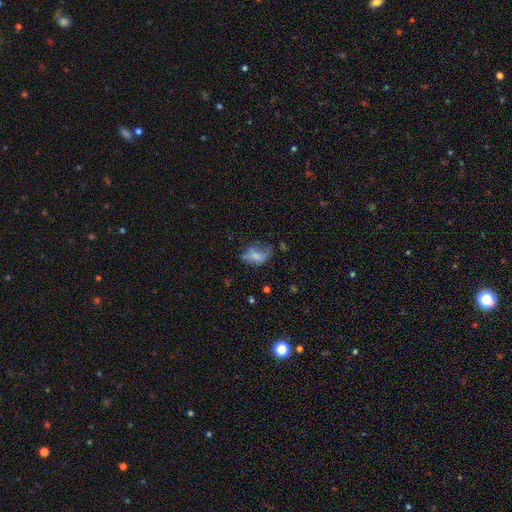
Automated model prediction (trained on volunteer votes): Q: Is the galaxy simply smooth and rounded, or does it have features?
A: smooth — 67%.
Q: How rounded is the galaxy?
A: in between — 84%.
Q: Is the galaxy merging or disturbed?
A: none — 41%.